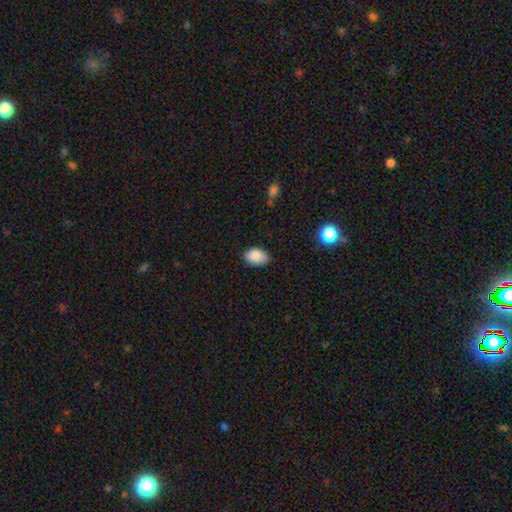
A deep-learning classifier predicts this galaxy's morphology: smooth 87%, star or artifact 8%, featured or disk 5%. Down the decision tree: how rounded — in between (89%); merging — none (82%).